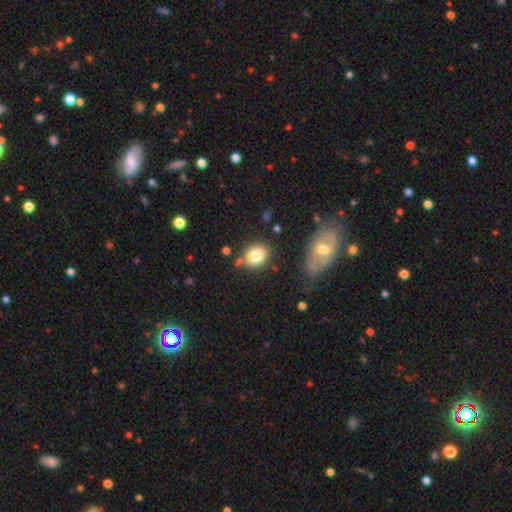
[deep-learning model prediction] Morphology: type=smooth (81%); roundness=round (57%); merging=none (76%).